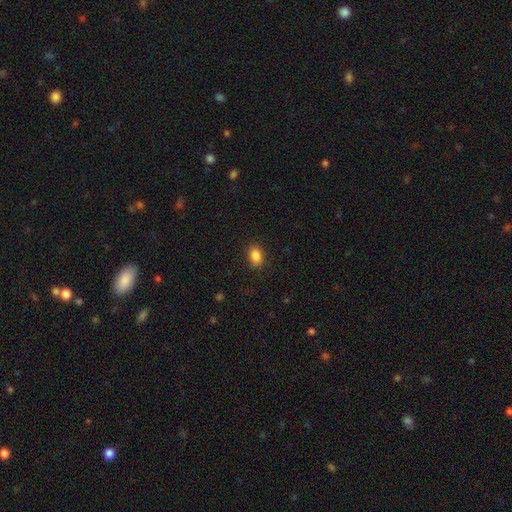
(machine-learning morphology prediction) smooth-or-featured: smooth: 87% | star or artifact: 9% | featured or disk: 4%
  how-rounded: in between: 73% | round: 25% | cigar-shaped: 1%
  merging: none: 86% | minor disturbance: 10% | major disturbance: 3% | merger: 1%